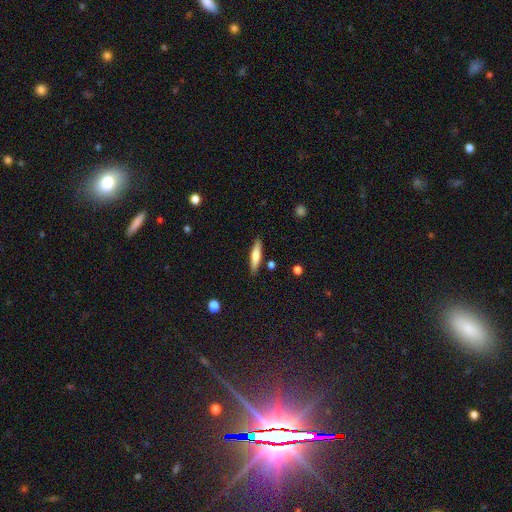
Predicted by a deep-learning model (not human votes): Morphology: type=smooth (63%); roundness=cigar-shaped (78%); merging=none (87%).